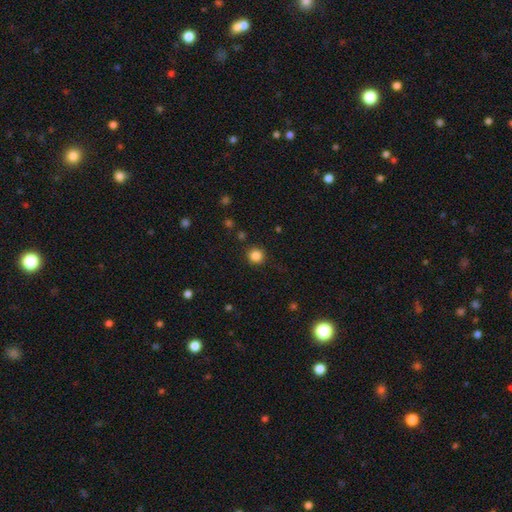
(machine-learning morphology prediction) Smooth or featured?
  - smooth: 84% *
  - star or artifact: 11%
  - featured or disk: 4%
How rounded?
  - round: 93% *
  - in between: 6%
  - cigar-shaped: 1%
Merging?
  - none: 89% *
  - minor disturbance: 7%
  - major disturbance: 2%
  - merger: 2%